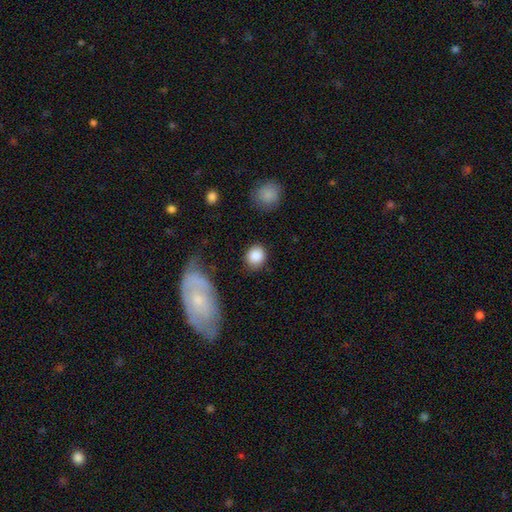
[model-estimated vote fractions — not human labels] A smooth galaxy with no disk features (87%) that is round (76%). Merging: none (81%).